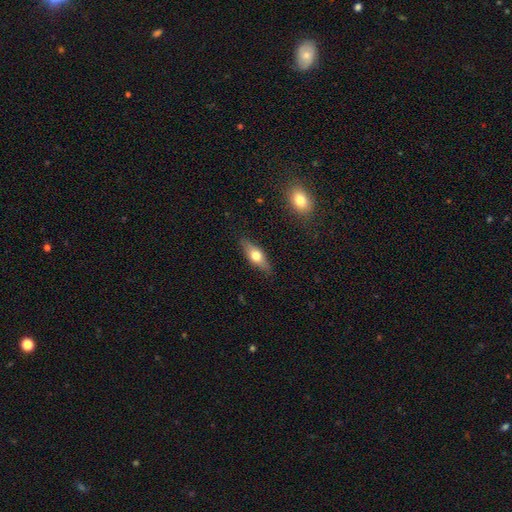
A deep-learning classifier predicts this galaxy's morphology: A smooth galaxy with no disk features (56%) that is in between round and cigar-shaped (62%).

Vote fractions:
- Smooth or featured? smooth: 56% / featured or disk: 37% / star or artifact: 7%
- How rounded? in between: 62% / cigar-shaped: 34% / round: 4%
- Merging? none: 86% / minor disturbance: 11% / major disturbance: 2% / merger: 1%